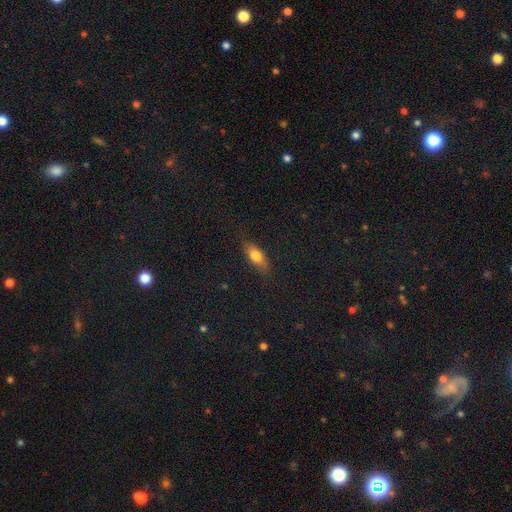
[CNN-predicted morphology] Smooth or featured?
  - smooth: 72% *
  - featured or disk: 20%
  - star or artifact: 8%
How rounded?
  - in between: 73% *
  - cigar-shaped: 22%
  - round: 5%
Merging?
  - none: 80% *
  - minor disturbance: 15%
  - major disturbance: 4%
  - merger: 1%